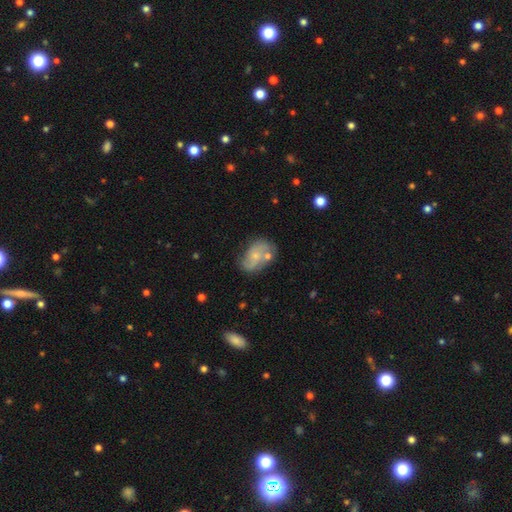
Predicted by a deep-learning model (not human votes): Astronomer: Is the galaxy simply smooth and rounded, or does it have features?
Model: featured or disk — 57% (runner-up: smooth, 35%).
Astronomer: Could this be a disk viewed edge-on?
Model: no — 97%.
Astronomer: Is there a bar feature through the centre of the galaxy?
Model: no — 73%.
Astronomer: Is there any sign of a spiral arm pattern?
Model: yes — 77%.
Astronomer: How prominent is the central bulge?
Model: small — 68%.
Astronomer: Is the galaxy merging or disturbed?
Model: none — 50%.